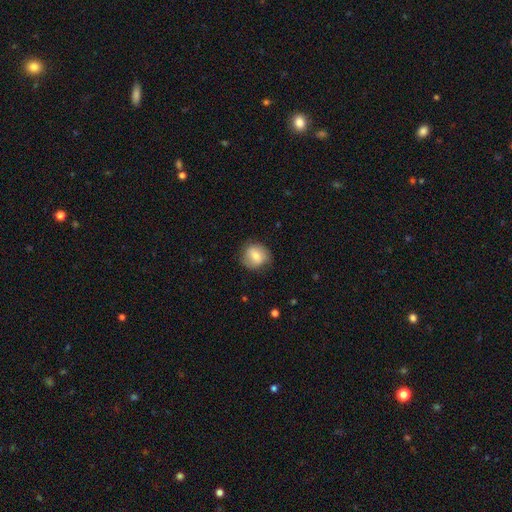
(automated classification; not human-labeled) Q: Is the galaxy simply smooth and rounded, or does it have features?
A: smooth — 65%.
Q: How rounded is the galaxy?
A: round — 82%.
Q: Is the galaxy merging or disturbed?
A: none — 78%.